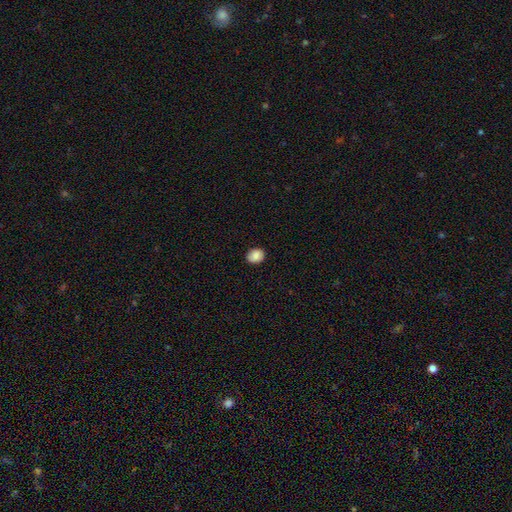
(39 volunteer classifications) Smooth or featured?
  - smooth: 87% *
  - star or artifact: 8%
  - featured or disk: 5%
How rounded?
  - round: 53% *
  - in between: 47%
  - cigar-shaped: 0%
Merging?
  - none: 89% *
  - minor disturbance: 11%
  - major disturbance: 0%
  - merger: 0%